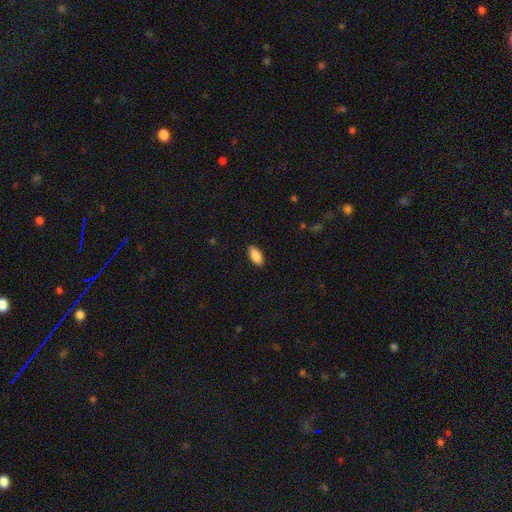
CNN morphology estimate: This is clearly a smooth galaxy (88%). How rounded: clearly in between (91%). Merging: clearly none (89%).